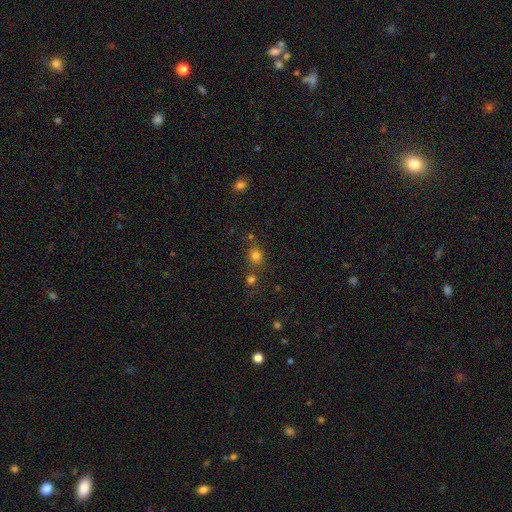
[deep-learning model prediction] smooth_or_featured: smooth (p=0.77) [alt: star or artifact p=0.17]
how_rounded: round (p=0.77) [alt: in between p=0.22]
merging: none (p=0.63) [alt: merger p=0.22]